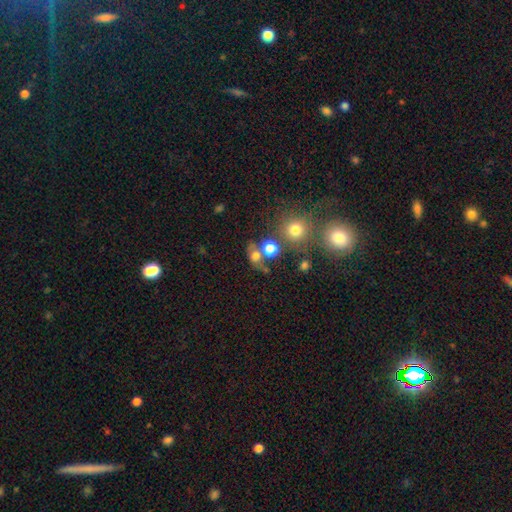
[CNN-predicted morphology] A smooth galaxy with no disk features (67%) that is round (60%). Merging: none (53%).